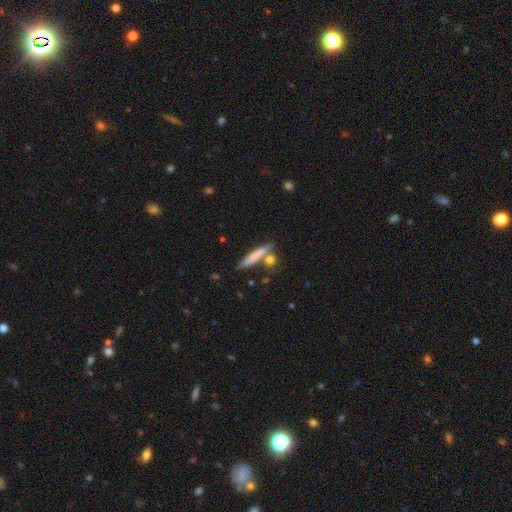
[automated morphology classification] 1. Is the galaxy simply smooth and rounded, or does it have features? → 68% smooth, 26% featured or disk, 7% star or artifact.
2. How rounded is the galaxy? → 89% cigar-shaped, 9% in between, 3% round.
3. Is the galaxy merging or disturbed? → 68% none, 16% merger, 12% minor disturbance, 4% major disturbance.